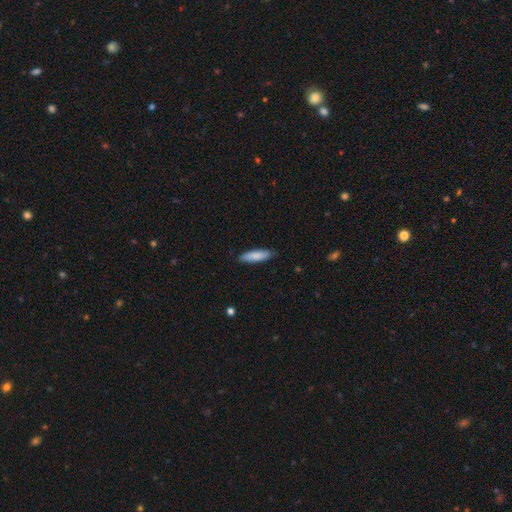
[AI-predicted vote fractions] Q: Smooth or featured?
A: smooth (84%); runner-up: featured or disk (10%)
Q: How rounded?
A: cigar-shaped (64%); runner-up: in between (35%)
Q: Merging?
A: none (84%); runner-up: minor disturbance (13%)